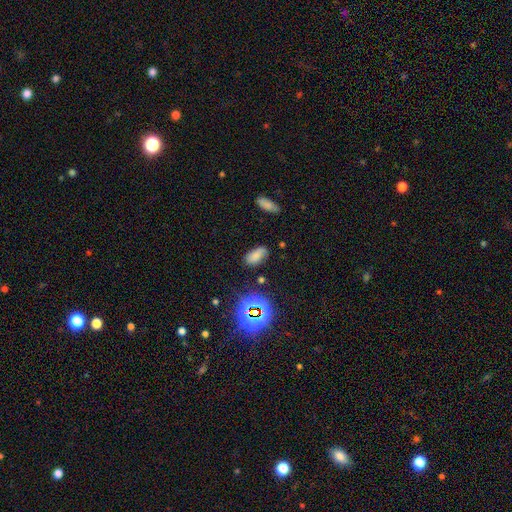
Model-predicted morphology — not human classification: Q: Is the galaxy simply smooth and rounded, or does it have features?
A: smooth — 67%.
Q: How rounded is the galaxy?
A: in between — 90%.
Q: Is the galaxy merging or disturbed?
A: none — 70%.